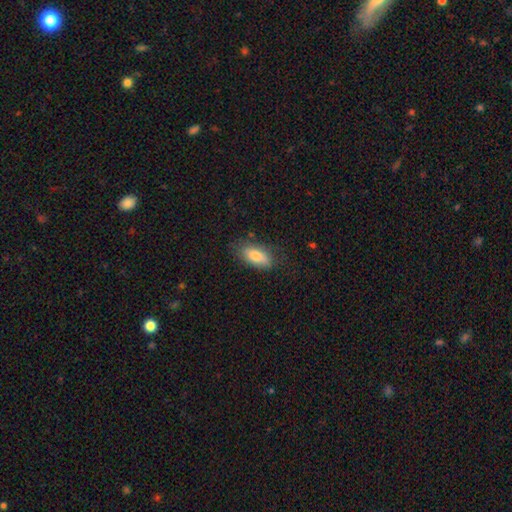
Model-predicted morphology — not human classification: The model was most divided on "merging": none: 73%, minor disturbance: 20%, major disturbance: 5%, merger: 2%. More confident: how rounded — in between (86%); smooth or featured — smooth (78%).